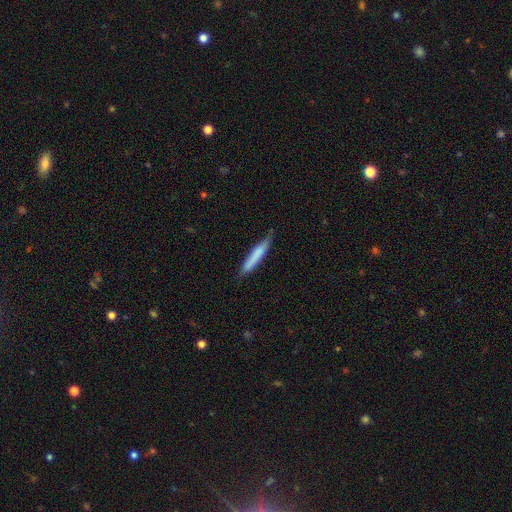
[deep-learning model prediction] smooth 71%, featured or disk 24%, star or artifact 6%. Down the decision tree: how rounded — cigar-shaped (93%); merging — none (71%).